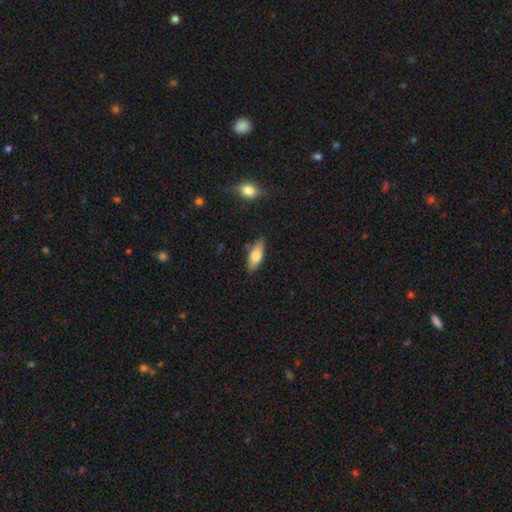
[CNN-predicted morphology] type=smooth (71%); roundness=in between (72%); merging=none (83%).